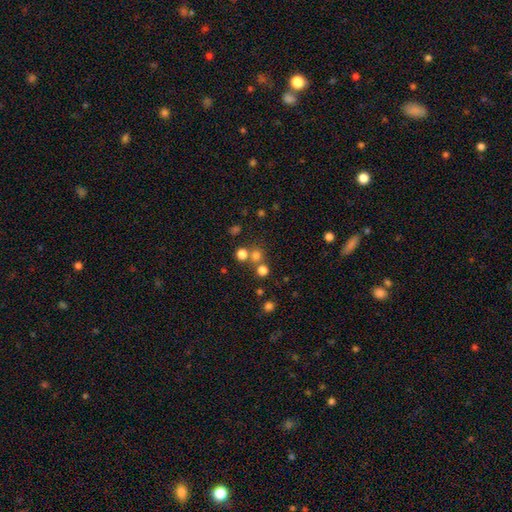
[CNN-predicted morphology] smooth 70%, star or artifact 22%, featured or disk 8%. Down the decision tree: how rounded — round (90%); merging — none (65%).